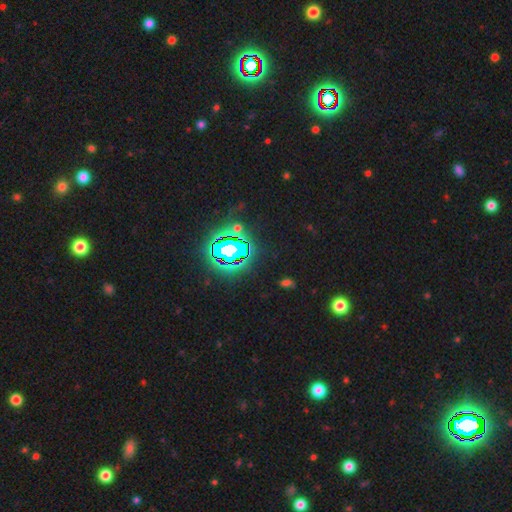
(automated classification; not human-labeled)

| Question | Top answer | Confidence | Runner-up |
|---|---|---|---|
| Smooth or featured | star or artifact | 83% | smooth (11%) |